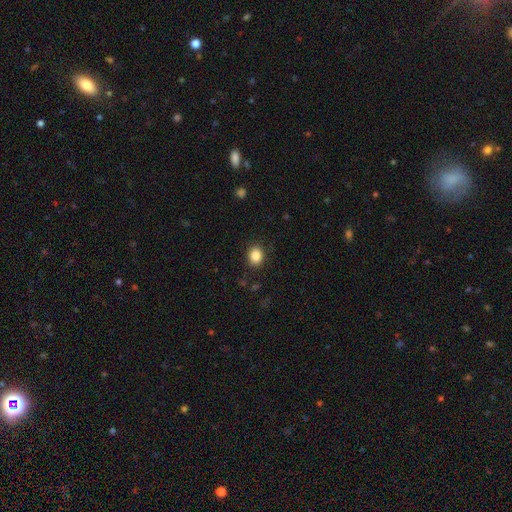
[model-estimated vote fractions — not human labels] This appears to be a smooth galaxy with no disk features (86%) that is round (50%). Merging: none (88%).